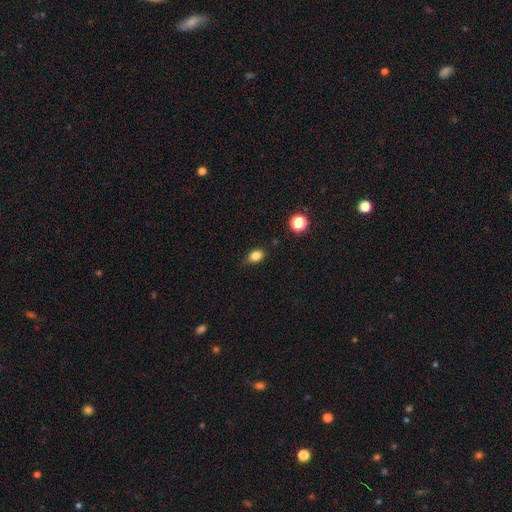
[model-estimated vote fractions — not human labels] Overall: smooth (83%). How rounded: in between (70%). Merging: none (77%).